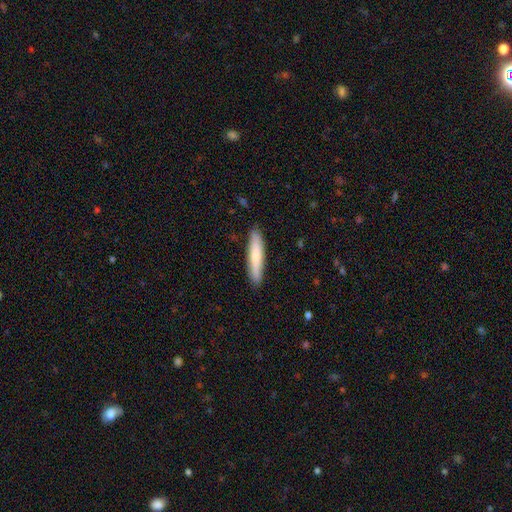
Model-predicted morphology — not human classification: Smooth or featured? smooth (70%)
How rounded? cigar-shaped (88%)
Merging? none (88%)